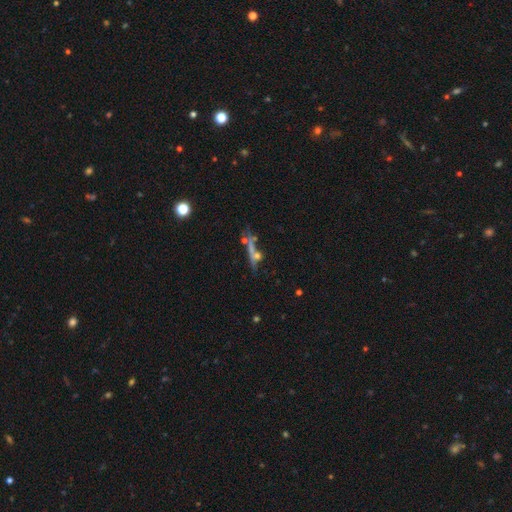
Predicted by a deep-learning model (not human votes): A featured or disk galaxy (44%). Merging: none (40%).